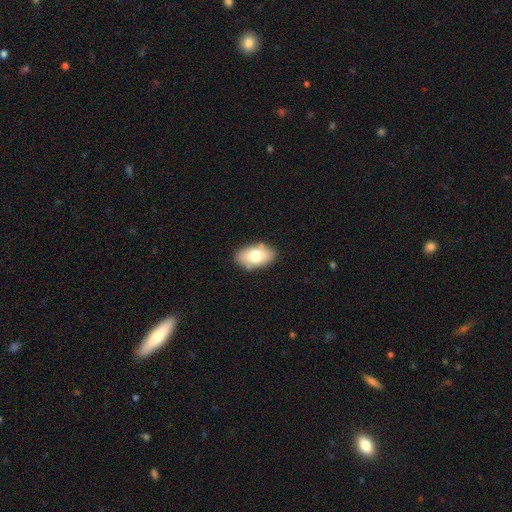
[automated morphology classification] smooth 74%, featured or disk 18%, star or artifact 7%. Down the decision tree: how rounded — in between (92%); merging — none (82%).